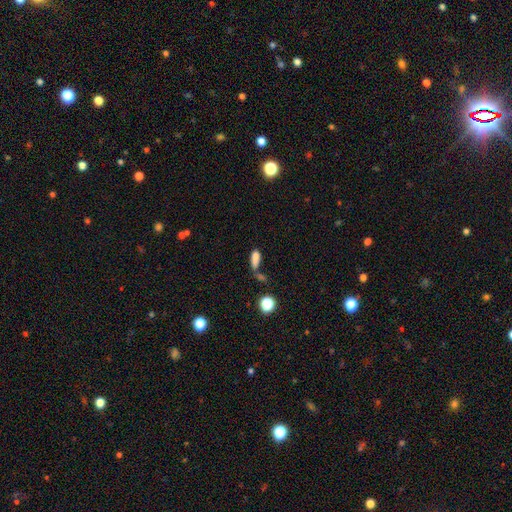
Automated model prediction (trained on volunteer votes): This is likely a smooth galaxy (77%). How rounded: likely in between (63%). Merging: marginally none (40%).